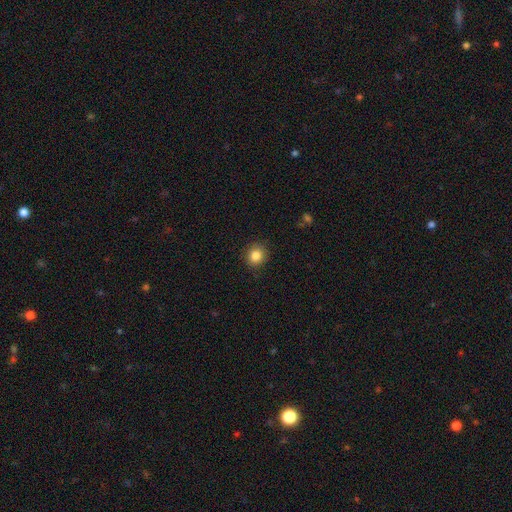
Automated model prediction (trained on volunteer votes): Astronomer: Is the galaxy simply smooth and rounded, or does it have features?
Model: smooth — 85%.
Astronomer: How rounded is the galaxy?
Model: round — 83%.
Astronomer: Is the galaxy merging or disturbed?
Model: none — 89%.